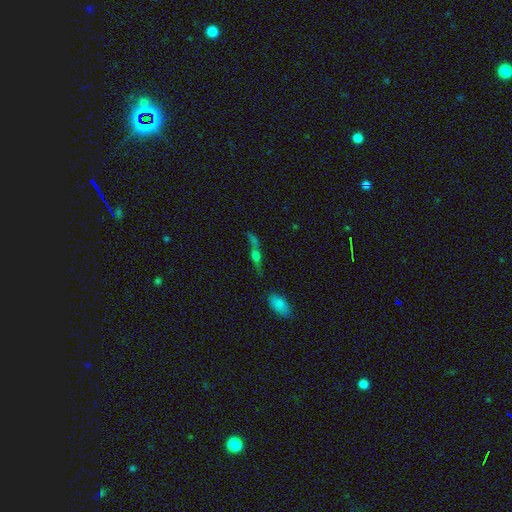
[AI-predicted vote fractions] A featured or disk galaxy (48%). Merging: none (47%).